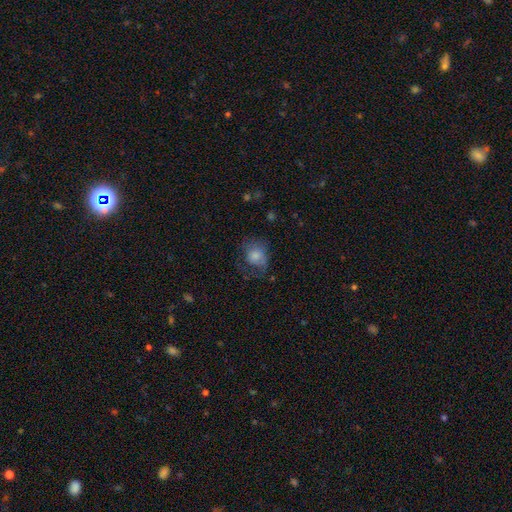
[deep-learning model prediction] Smooth or featured? smooth (70%)
How rounded? round (62%)
Merging? none (42%)